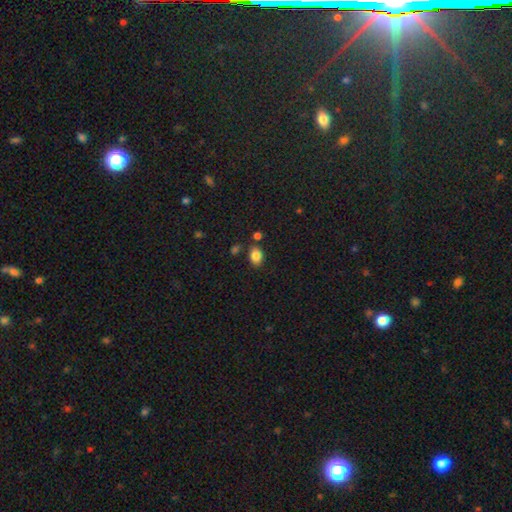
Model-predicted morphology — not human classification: The model was most divided on "how rounded": in between: 75%, round: 24%, cigar-shaped: 1%. More confident: smooth or featured — smooth (85%); merging — none (76%).